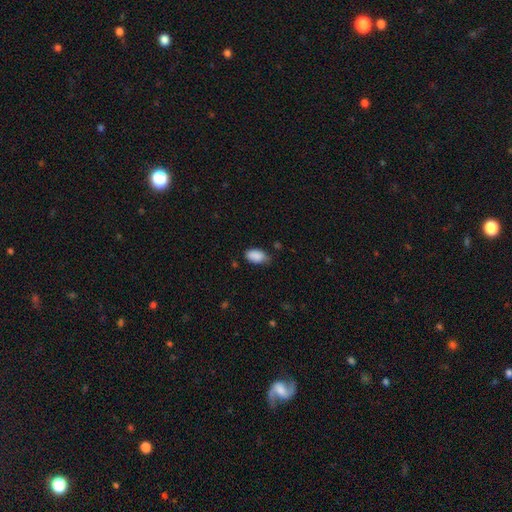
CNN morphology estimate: smooth_or_featured: smooth (p=0.89) [alt: star or artifact p=0.07]
how_rounded: in between (p=0.93) [alt: round p=0.06]
merging: none (p=0.67) [alt: minor disturbance p=0.27]